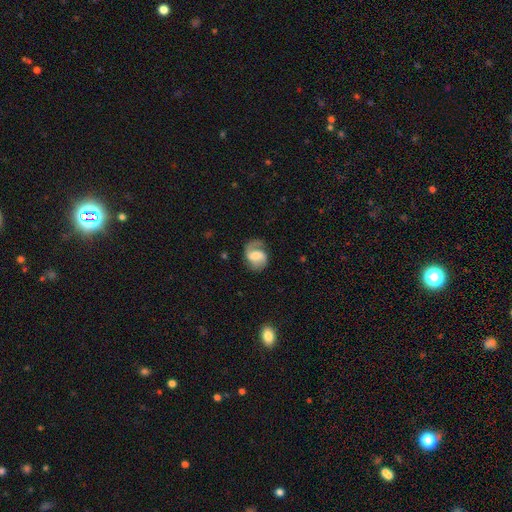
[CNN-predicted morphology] Q: Smooth or featured?
A: featured or disk (67%); runner-up: smooth (26%)
Q: Edge-on disk?
A: no (97%); runner-up: yes (3%)
Q: Bar?
A: weak (47%); runner-up: strong (31%)
Q: Spiral arms?
A: yes (90%); runner-up: no (10%)
Q: Spiral winding?
A: medium (45%); runner-up: loose (35%)
Q: Spiral arm count?
A: 2 (73%); runner-up: 1 (18%)
Q: Bulge size?
A: moderate (33%); runner-up: small (22%)
Q: Merging?
A: none (61%); runner-up: minor disturbance (22%)